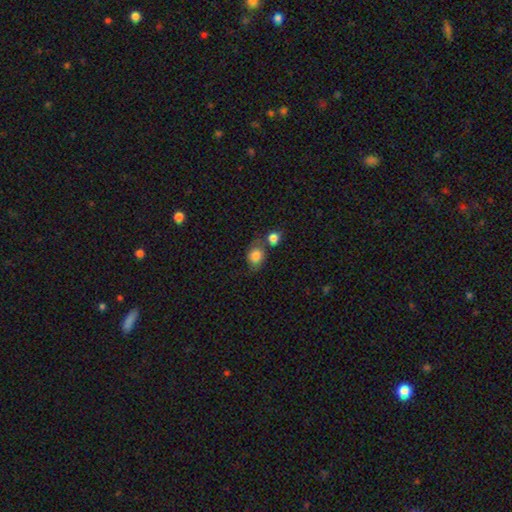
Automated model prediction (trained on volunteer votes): This appears to be a smooth galaxy with no disk features (81%) that is round (55%). Merging: none (44%).